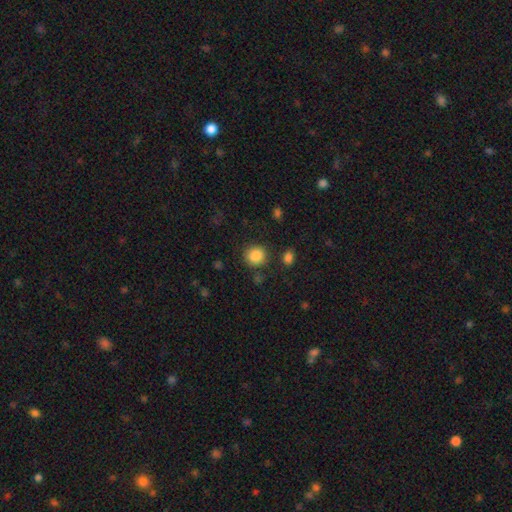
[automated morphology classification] Smooth or featured: smooth — 87% (star or artifact — 9%)
How rounded: round — 84% (in between — 15%)
Merging: none — 85% (minor disturbance — 8%)